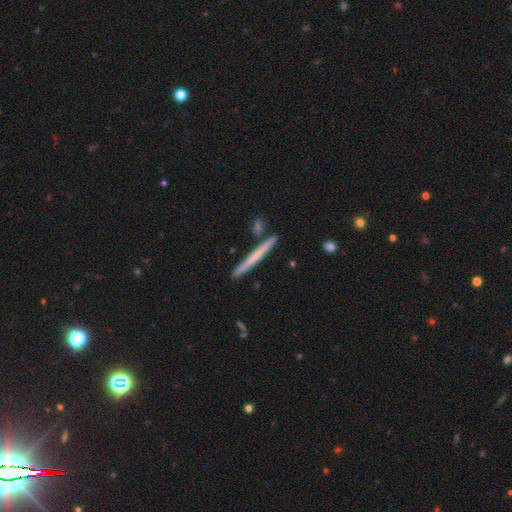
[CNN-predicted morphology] Smooth or featured? smooth (52%)
How rounded? cigar-shaped (97%)
Merging? none (87%)